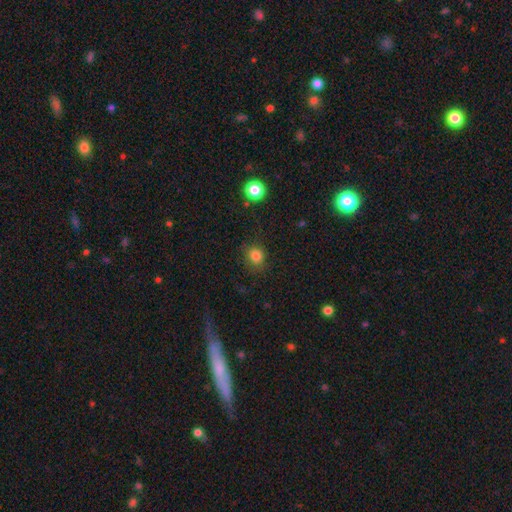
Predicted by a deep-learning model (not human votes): Q: Smooth or featured?
A: smooth (82%); runner-up: star or artifact (13%)
Q: How rounded?
A: round (81%); runner-up: in between (18%)
Q: Merging?
A: none (80%); runner-up: minor disturbance (14%)